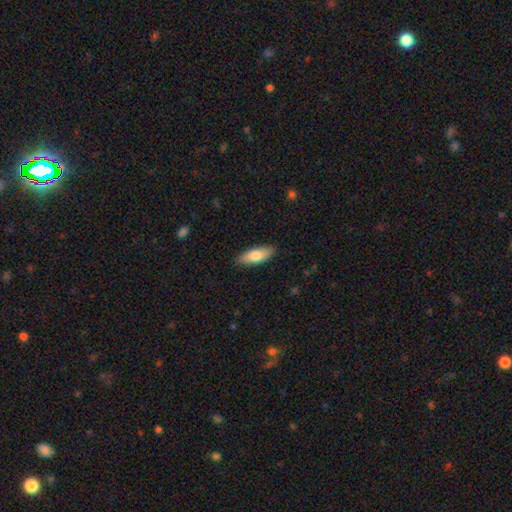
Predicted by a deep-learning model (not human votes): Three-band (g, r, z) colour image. It shows a smooth galaxy with no disk features (76%) that is in between round and cigar-shaped (73%). Merging: none (87%).